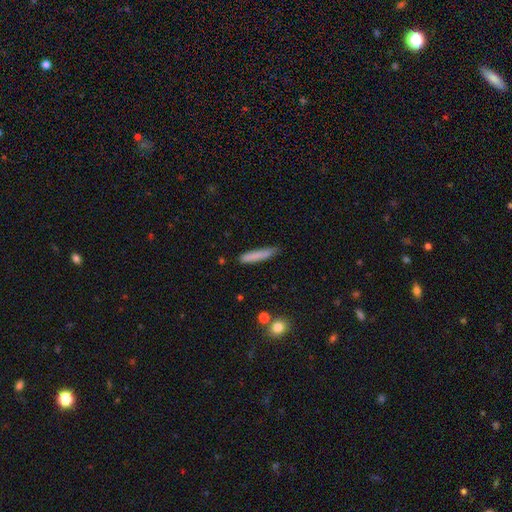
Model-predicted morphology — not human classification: This is clearly a smooth galaxy (81%). How rounded: clearly cigar-shaped (90%). Merging: likely none (77%).